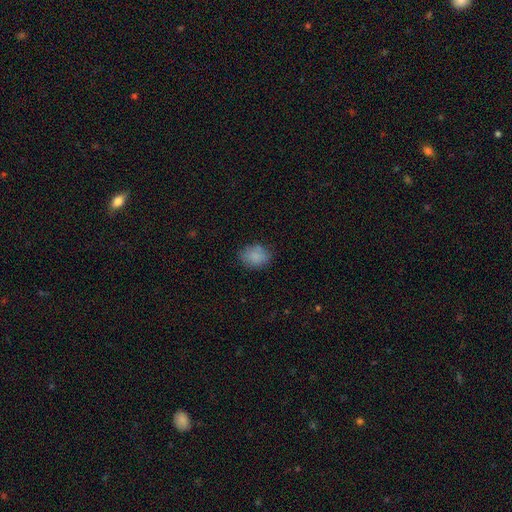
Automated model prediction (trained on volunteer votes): smooth-or-featured: smooth: 84% | star or artifact: 8% | featured or disk: 7%
  how-rounded: in between: 55% | round: 44% | cigar-shaped: 1%
  merging: none: 77% | minor disturbance: 17% | major disturbance: 4% | merger: 2%